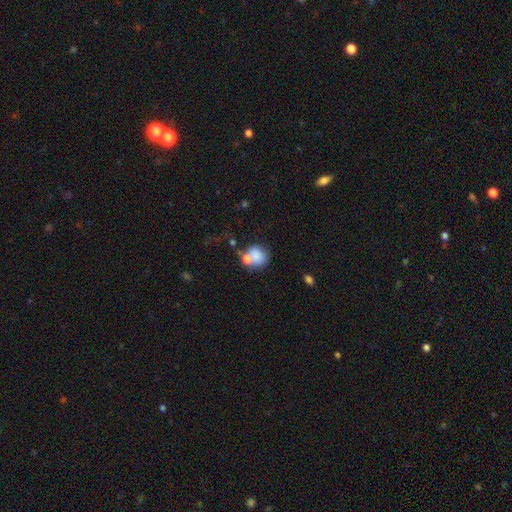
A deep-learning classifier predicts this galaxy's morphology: Q: Smooth or featured?
A: smooth (77%); runner-up: featured or disk (13%)
Q: How rounded?
A: round (71%); runner-up: in between (28%)
Q: Merging?
A: none (40%); runner-up: merger (36%)